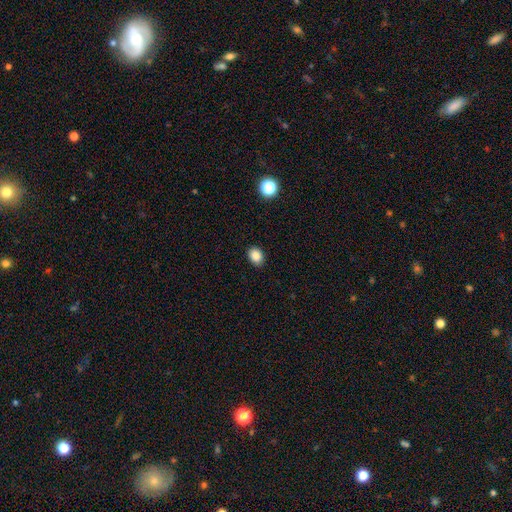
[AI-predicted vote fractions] This is clearly a smooth galaxy (86%). How rounded: possibly in between (60%). Merging: clearly none (89%).